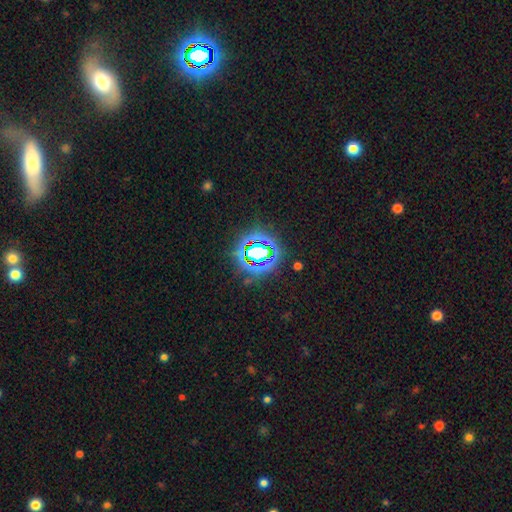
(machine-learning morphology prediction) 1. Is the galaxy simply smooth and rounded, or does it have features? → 71% star or artifact, 17% smooth, 11% featured or disk.